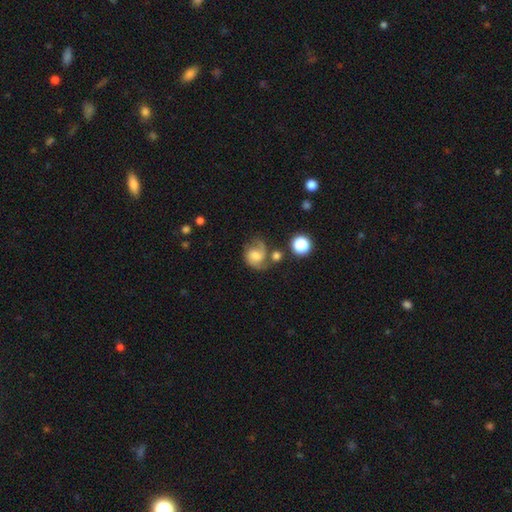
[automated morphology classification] Smooth or featured?
  - featured or disk: 64% *
  - smooth: 27%
  - star or artifact: 10%
Edge-on disk?
  - no: 98% *
  - yes: 2%
Bar?
  - no: 57% *
  - weak: 36%
  - strong: 7%
Spiral arms?
  - yes: 92% *
  - no: 8%
Spiral winding?
  - medium: 50% *
  - tight: 26%
  - loose: 24%
Spiral arm count?
  - 2: 74% *
  - 1: 14%
  - can't tell: 8%
  - 3: 2%
  - 4: 1%
  - more than 4: 1%
Bulge size?
  - moderate: 44% *
  - small: 27%
  - large: 15%
  - none: 11%
  - dominant: 3%
Merging?
  - none: 48% *
  - minor disturbance: 21%
  - major disturbance: 16%
  - merger: 15%